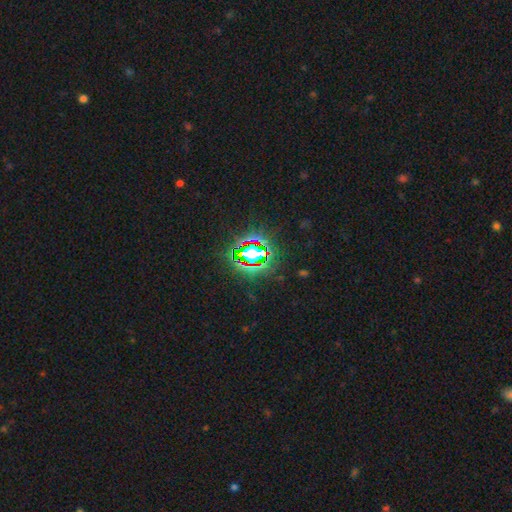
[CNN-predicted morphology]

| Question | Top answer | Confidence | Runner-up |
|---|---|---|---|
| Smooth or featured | star or artifact | 78% | smooth (13%) |